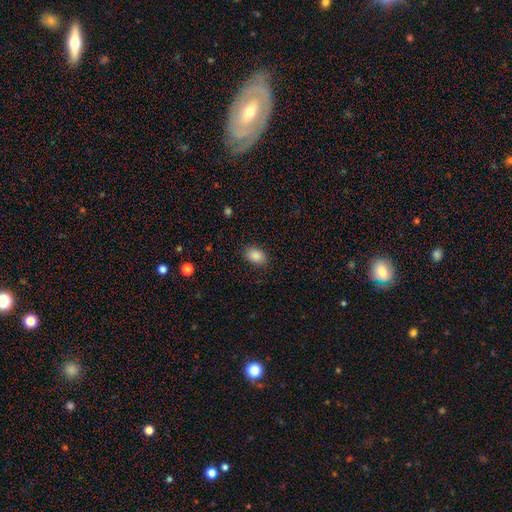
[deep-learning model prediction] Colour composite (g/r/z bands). It shows a smooth galaxy with no disk features (88%) that is in between round and cigar-shaped (81%). Merging: none (84%).